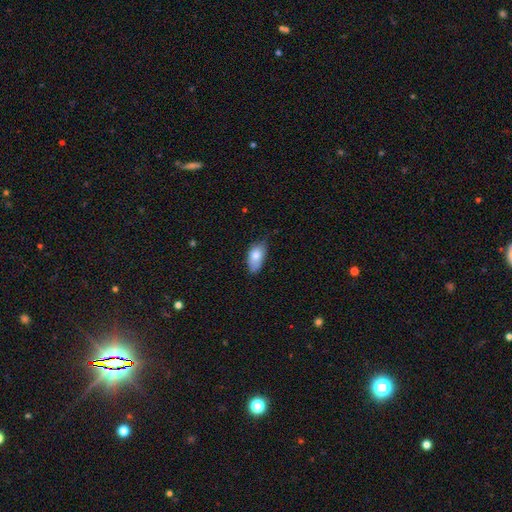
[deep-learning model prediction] Smooth or featured: smooth — 79% (featured or disk — 13%)
How rounded: in between — 91% (round — 5%)
Merging: none — 46% (minor disturbance — 42%)